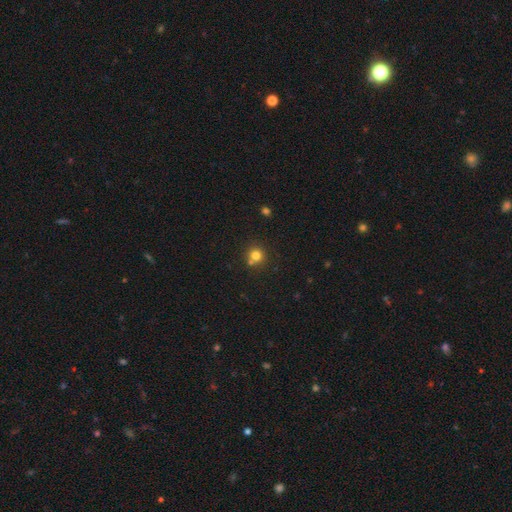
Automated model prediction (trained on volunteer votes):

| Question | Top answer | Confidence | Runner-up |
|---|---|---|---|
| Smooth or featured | smooth | 78% | star or artifact (14%) |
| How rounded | round | 91% | in between (8%) |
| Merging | none | 68% | merger (20%) |